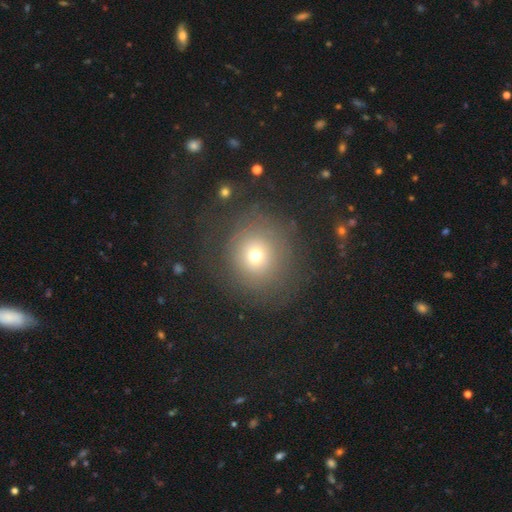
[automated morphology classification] This is likely a smooth galaxy (64%). How rounded: clearly round (88%). Merging: likely none (71%).